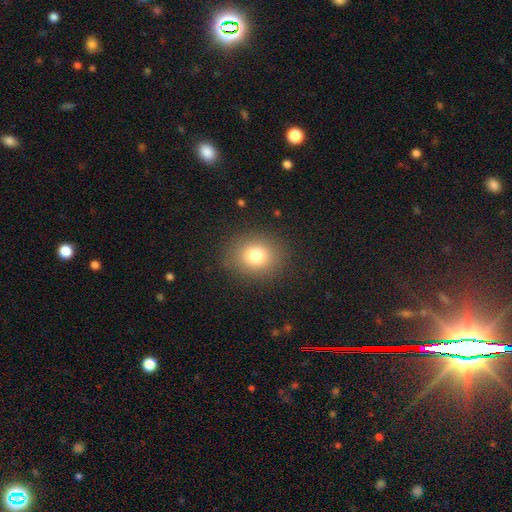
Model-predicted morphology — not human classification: Smooth or featured? Predicted: smooth (p=0.78). How rounded? Predicted: round (p=0.68). Merging? Predicted: none (p=0.88).